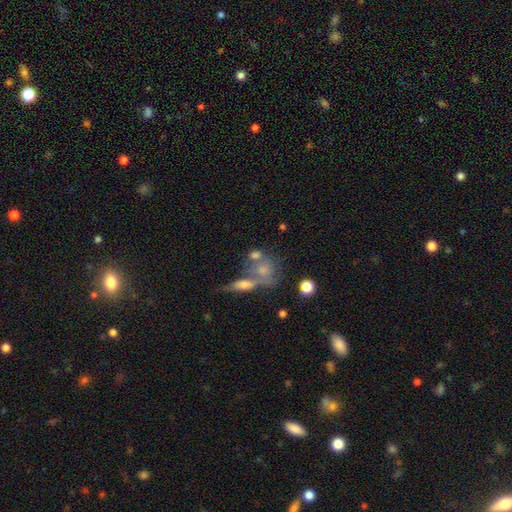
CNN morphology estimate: Q: Smooth or featured?
A: smooth (39%); runner-up: featured or disk (33%)
Q: Merging?
A: none (41%); runner-up: merger (39%)